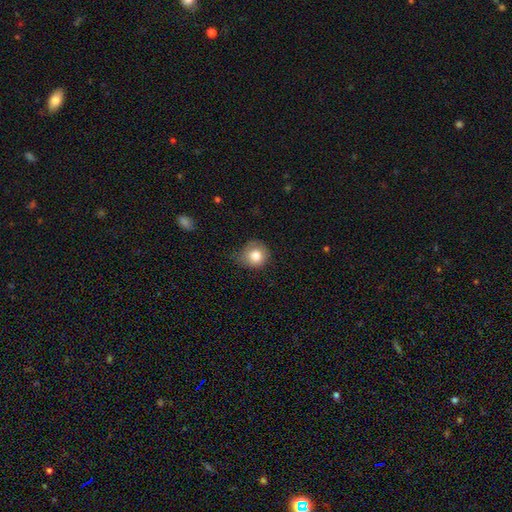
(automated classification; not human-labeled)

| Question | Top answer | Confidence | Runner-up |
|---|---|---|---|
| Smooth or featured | smooth | 81% | featured or disk (9%) |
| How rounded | round | 83% | in between (16%) |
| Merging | none | 47% | minor disturbance (38%) |